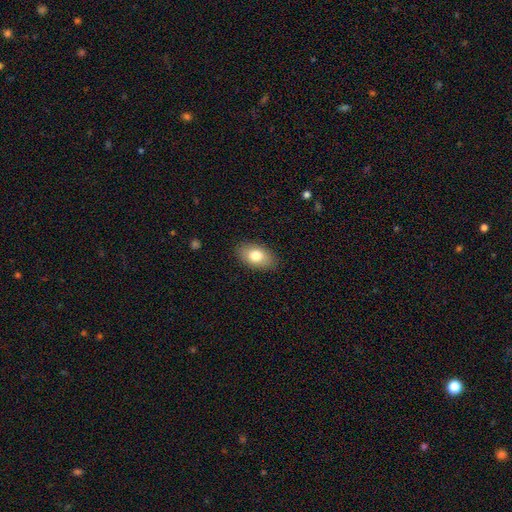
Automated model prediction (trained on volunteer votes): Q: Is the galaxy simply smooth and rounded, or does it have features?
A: smooth — 79%.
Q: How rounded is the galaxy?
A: in between — 90%.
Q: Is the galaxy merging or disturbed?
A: none — 87%.